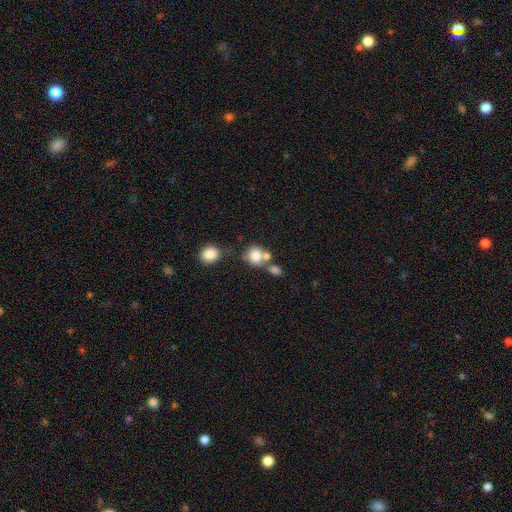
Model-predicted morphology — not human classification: The model was most divided on "merging": none: 42%, merger: 39%, minor disturbance: 12%, major disturbance: 7%. More confident: smooth or featured — smooth (79%); how rounded — round (75%).